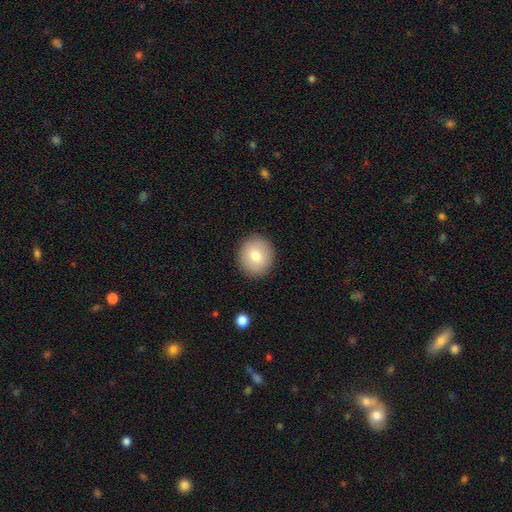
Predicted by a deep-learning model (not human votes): Smooth or featured?
  - smooth: 78% *
  - featured or disk: 13%
  - star or artifact: 8%
How rounded?
  - round: 89% *
  - in between: 10%
  - cigar-shaped: 1%
Merging?
  - none: 91% *
  - minor disturbance: 6%
  - major disturbance: 2%
  - merger: 1%